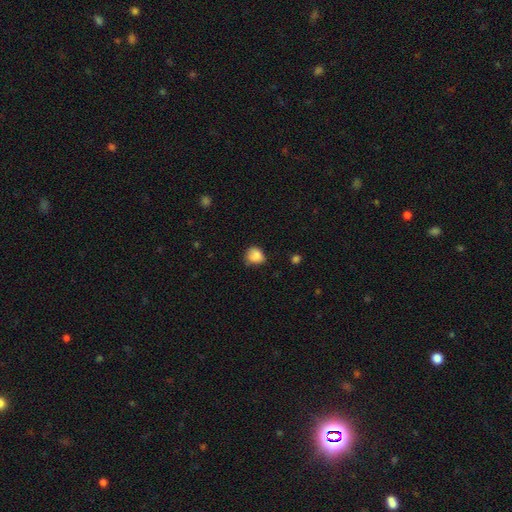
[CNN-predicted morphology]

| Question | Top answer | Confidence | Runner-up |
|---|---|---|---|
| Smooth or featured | smooth | 84% | star or artifact (10%) |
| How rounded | round | 63% | in between (36%) |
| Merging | none | 56% | minor disturbance (34%) |